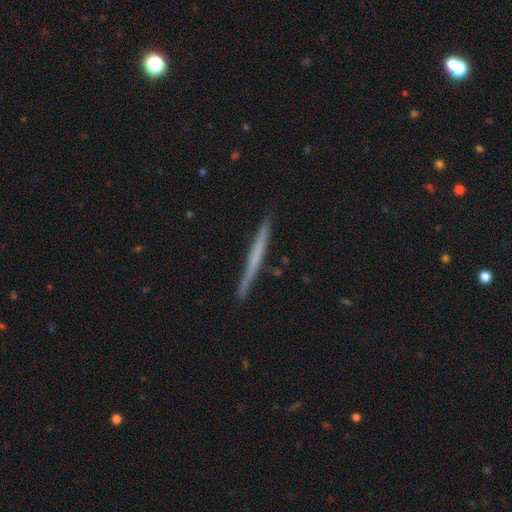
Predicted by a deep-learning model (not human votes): smooth-or-featured: featured or disk: 50% | smooth: 44% | star or artifact: 6%
  merging: none: 90% | minor disturbance: 7% | major disturbance: 1% | merger: 1%